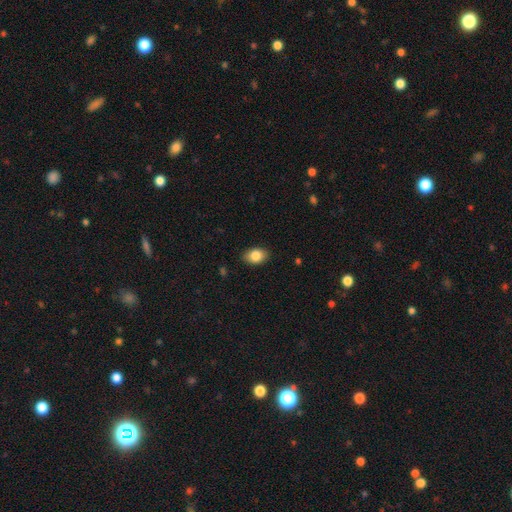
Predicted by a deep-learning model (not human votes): Morphology: type=smooth (86%); roundness=in between (82%); merging=none (87%).